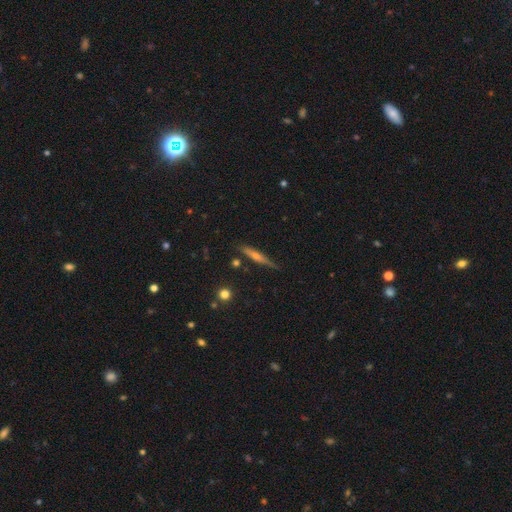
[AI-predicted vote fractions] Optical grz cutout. It shows a featured or disk galaxy (59%) viewed edge-on (96%) with a rounded central bulge (65%). Merging: none (84%).